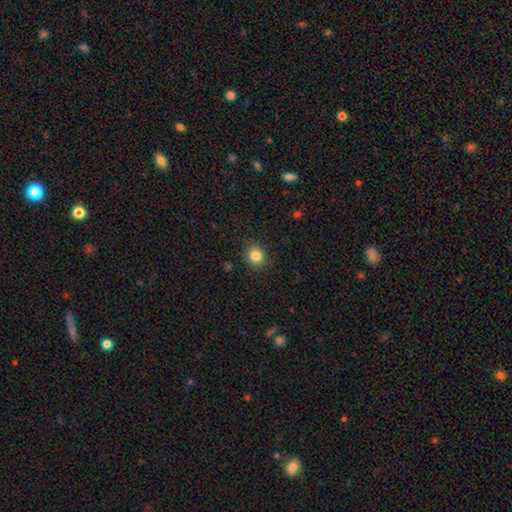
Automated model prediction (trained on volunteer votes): smooth-or-featured: smooth: 83% | star or artifact: 11% | featured or disk: 5%
  how-rounded: round: 84% | in between: 15% | cigar-shaped: 1%
  merging: none: 89% | minor disturbance: 7% | major disturbance: 2% | merger: 1%